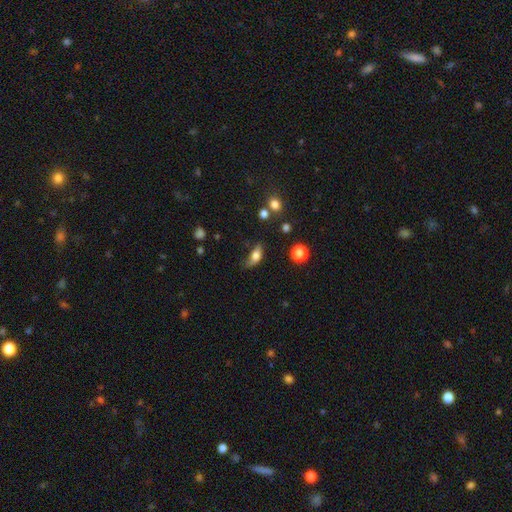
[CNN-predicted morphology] Q: Smooth or featured?
A: smooth (71%); runner-up: featured or disk (20%)
Q: How rounded?
A: in between (76%); runner-up: cigar-shaped (15%)
Q: Merging?
A: none (44%); runner-up: minor disturbance (35%)